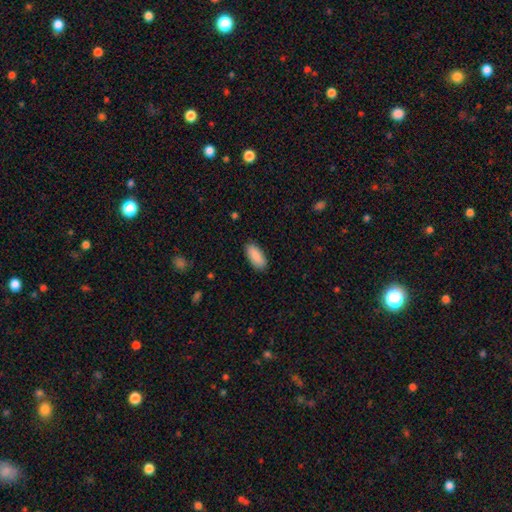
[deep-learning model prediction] This is clearly a smooth galaxy (90%). How rounded: clearly in between (88%). Merging: clearly none (87%).